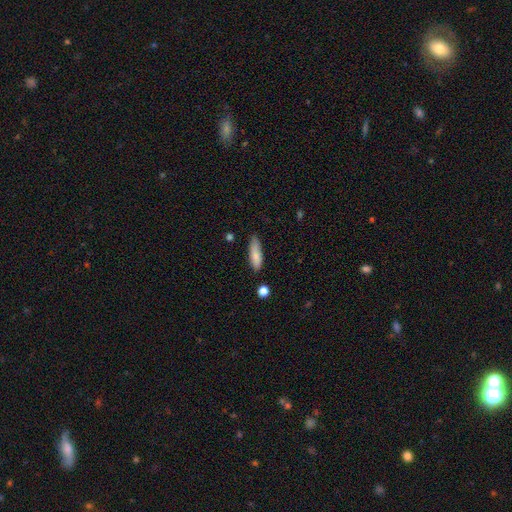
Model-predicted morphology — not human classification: Smooth or featured? Predicted: smooth (p=0.82). How rounded? Predicted: in between (p=0.49, tied with cigar-shaped). Merging? Predicted: none (p=0.75).